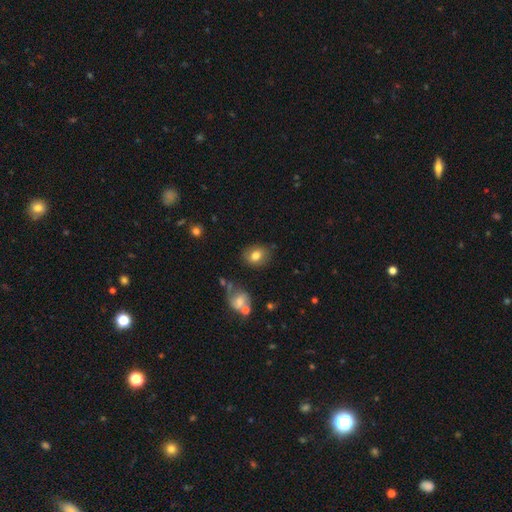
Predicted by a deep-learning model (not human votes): Smooth or featured: smooth — 79% (featured or disk — 11%)
How rounded: round — 53% (in between — 46%)
Merging: none — 81% (minor disturbance — 13%)